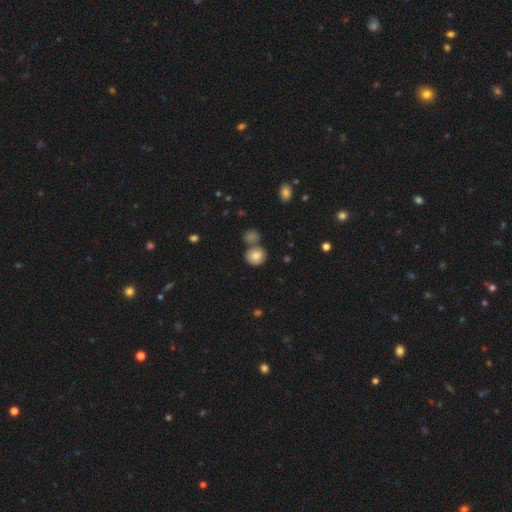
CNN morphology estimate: smooth-or-featured: smooth: 82% | star or artifact: 10% | featured or disk: 8%
  how-rounded: round: 82% | in between: 17% | cigar-shaped: 1%
  merging: none: 64% | merger: 21% | minor disturbance: 11% | major disturbance: 3%